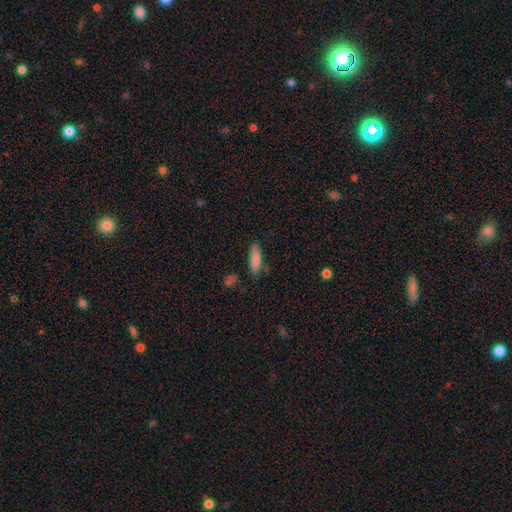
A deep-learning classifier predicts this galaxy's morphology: smooth 78%, featured or disk 13%, star or artifact 9%. Down the decision tree: how rounded — cigar-shaped (62%); merging — none (80%).